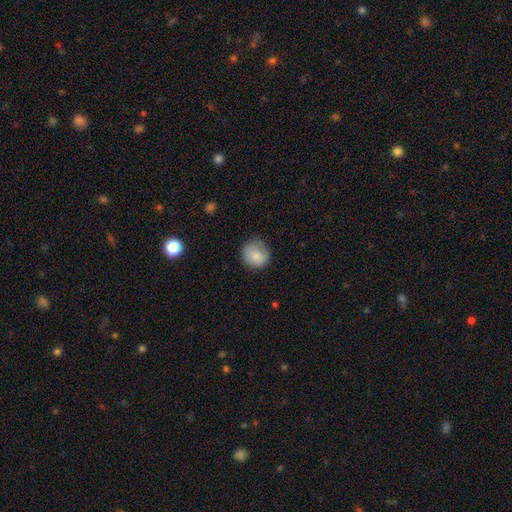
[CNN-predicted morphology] This appears to be a smooth galaxy with no disk features (80%) that is round (85%). Merging: none (77%).